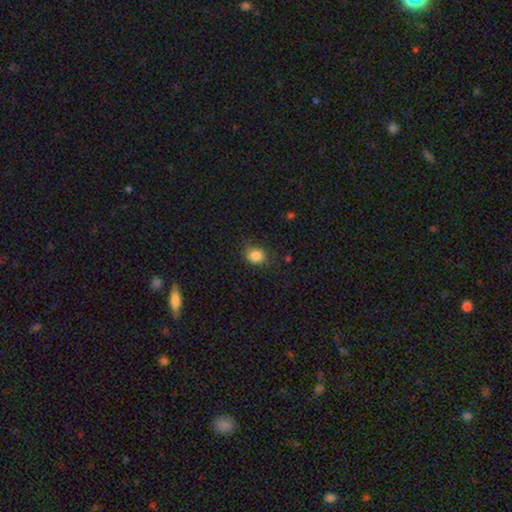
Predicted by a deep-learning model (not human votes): This appears to be a smooth galaxy with no disk features (85%) that is round (61%). Merging: none (74%).